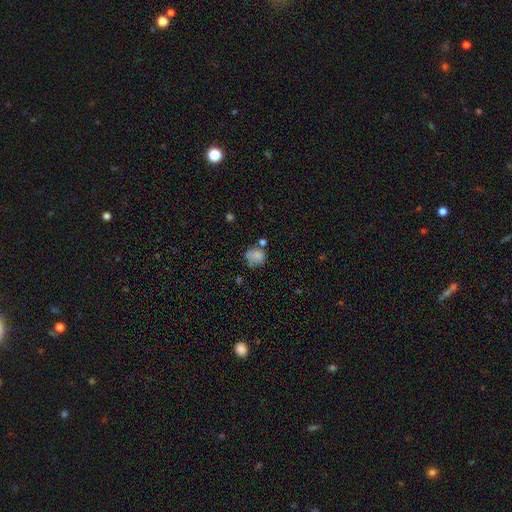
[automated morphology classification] smooth-or-featured: smooth: 70% | featured or disk: 18% | star or artifact: 12%
  how-rounded: round: 66% | in between: 32% | cigar-shaped: 1%
  merging: none: 44% | minor disturbance: 24% | merger: 19% | major disturbance: 14%